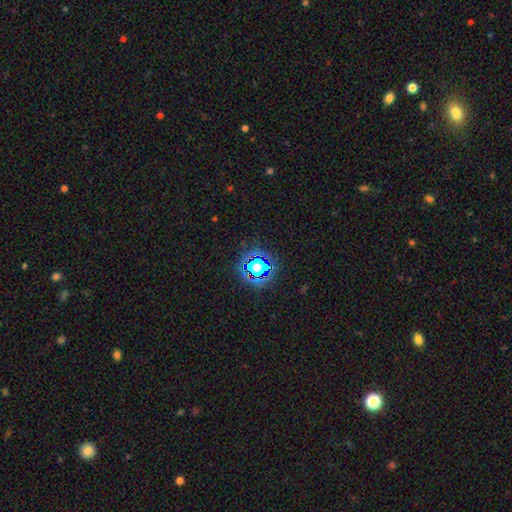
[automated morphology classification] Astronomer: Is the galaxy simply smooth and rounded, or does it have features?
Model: star or artifact — 71%.